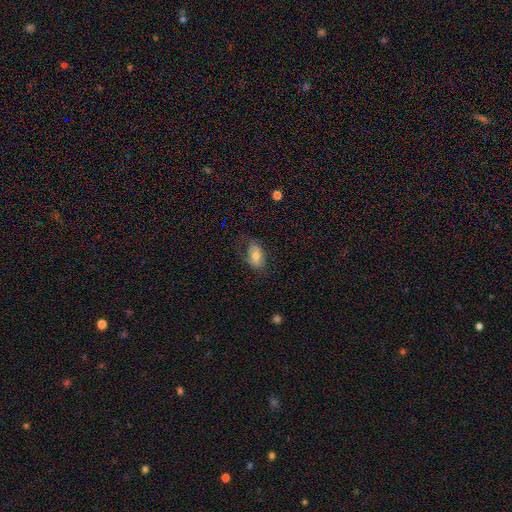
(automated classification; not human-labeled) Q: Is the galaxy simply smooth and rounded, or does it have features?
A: smooth — 65%.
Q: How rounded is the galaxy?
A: in between — 89%.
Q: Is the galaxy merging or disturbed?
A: none — 63%.